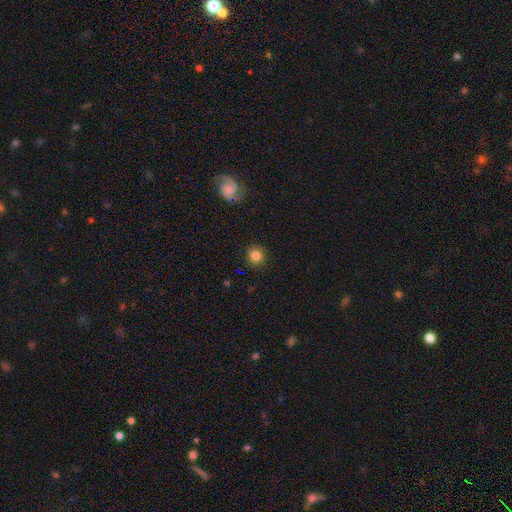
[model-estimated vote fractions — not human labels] Smooth or featured? smooth (82%)
How rounded? round (93%)
Merging? none (91%)